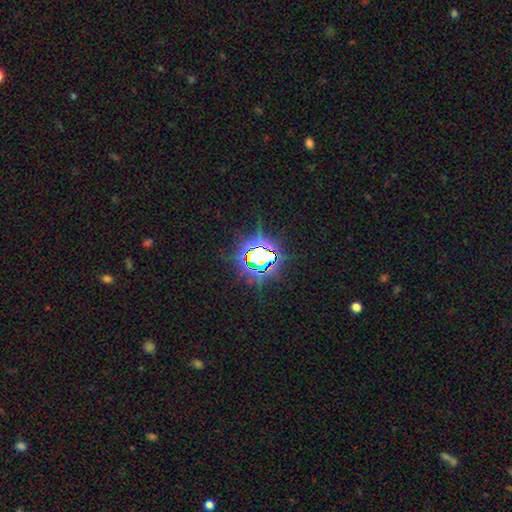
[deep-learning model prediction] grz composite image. It shows a star or artifact, not a galaxy (78%).